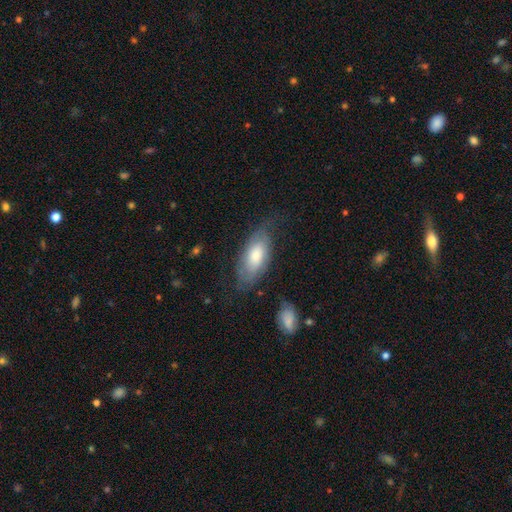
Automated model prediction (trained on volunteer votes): smooth 58%, featured or disk 36%, star or artifact 7%. Down the decision tree: how rounded — in between (88%); merging — none (62%).